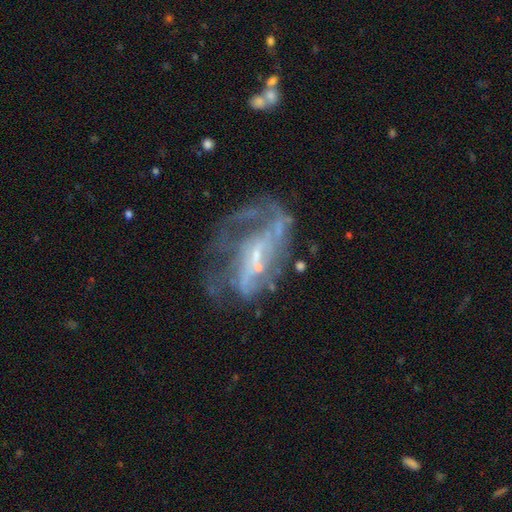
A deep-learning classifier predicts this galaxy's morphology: This appears to be a featured or disk galaxy (80%) with no bar (44%), medium (38%) spiral arms (69%) and a small central bulge (70%). Merging: major disturbance (39%).